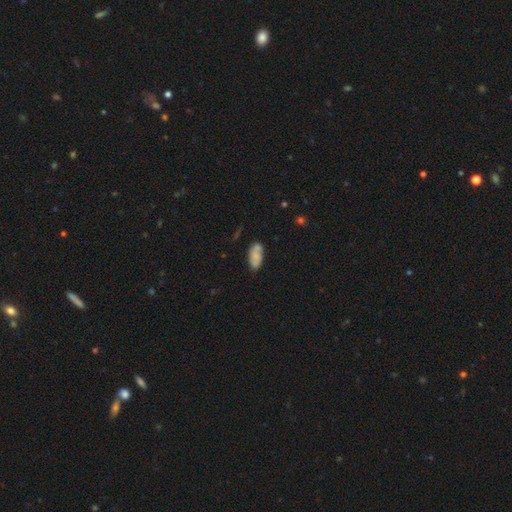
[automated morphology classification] This appears to be a smooth galaxy with no disk features (75%) that is in between round and cigar-shaped (90%). Merging: none (65%).